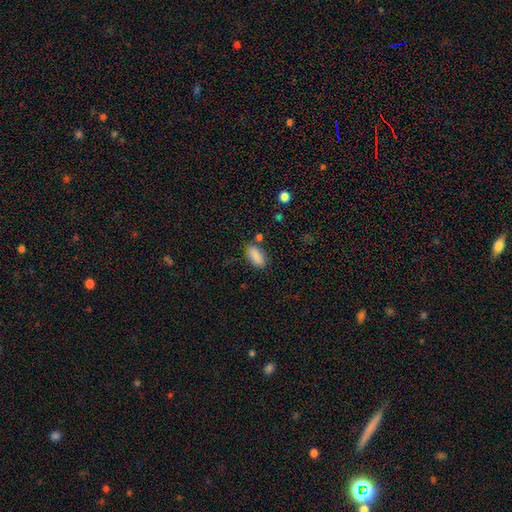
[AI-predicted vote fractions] Morphology: type=smooth (87%); roundness=in between (88%); merging=none (75%).